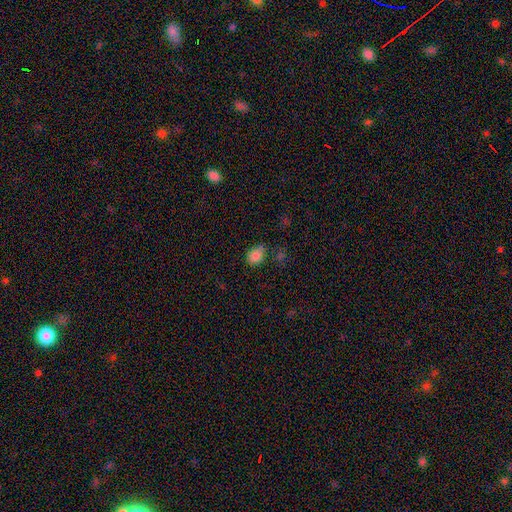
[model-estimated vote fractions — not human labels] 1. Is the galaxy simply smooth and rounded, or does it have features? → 83% smooth, 11% star or artifact, 6% featured or disk.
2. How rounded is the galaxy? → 50% round, 49% in between, 1% cigar-shaped.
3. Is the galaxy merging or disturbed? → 68% none, 22% minor disturbance, 5% merger, 5% major disturbance.